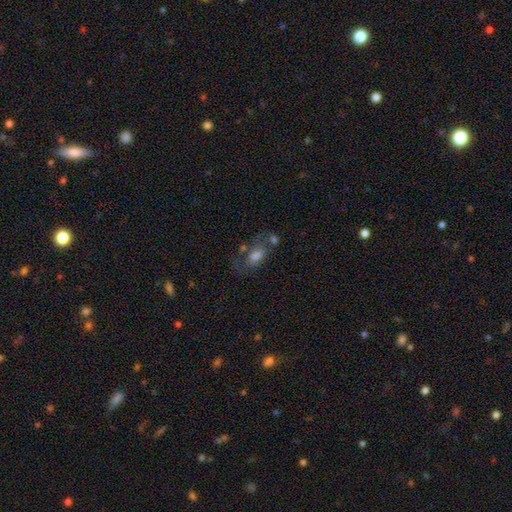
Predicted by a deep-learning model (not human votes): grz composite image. It shows a smooth galaxy with no disk features (48%). Merging: none (44%).